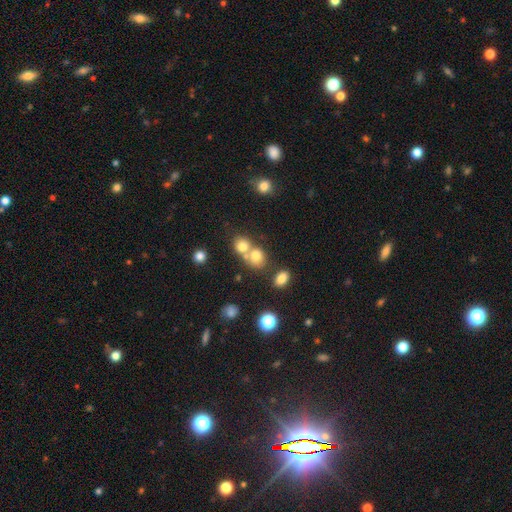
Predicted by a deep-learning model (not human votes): The model was most divided on "merging": merger: 50%, none: 39%, minor disturbance: 8%, major disturbance: 4%. More confident: smooth or featured — smooth (73%); how rounded — round (68%).